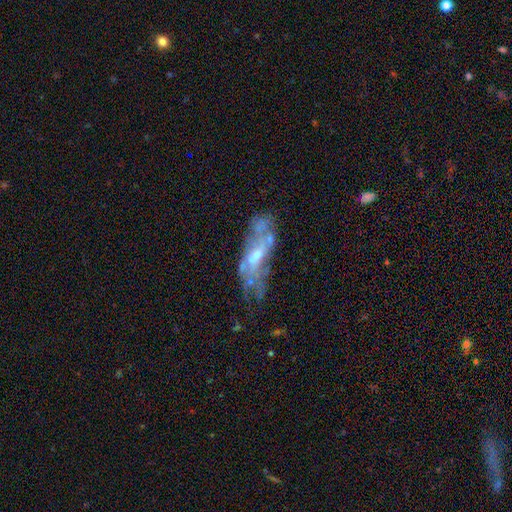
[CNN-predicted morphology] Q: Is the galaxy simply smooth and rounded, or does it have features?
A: featured or disk — 66%.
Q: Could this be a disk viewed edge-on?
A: no — 83%.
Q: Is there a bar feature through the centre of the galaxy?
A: no — 59%.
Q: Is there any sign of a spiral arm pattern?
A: no — 60%.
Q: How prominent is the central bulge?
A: moderate — 43%.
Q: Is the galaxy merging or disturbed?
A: none — 43%.